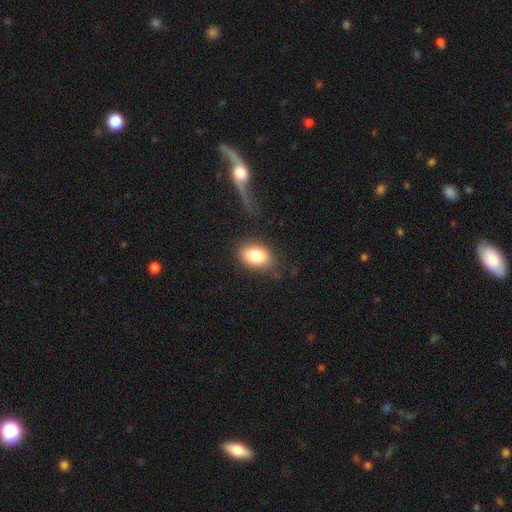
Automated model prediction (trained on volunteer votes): smooth-or-featured: smooth: 81% | featured or disk: 10% | star or artifact: 8%
  how-rounded: in between: 78% | round: 21% | cigar-shaped: 1%
  merging: none: 78% | minor disturbance: 14% | major disturbance: 6% | merger: 2%